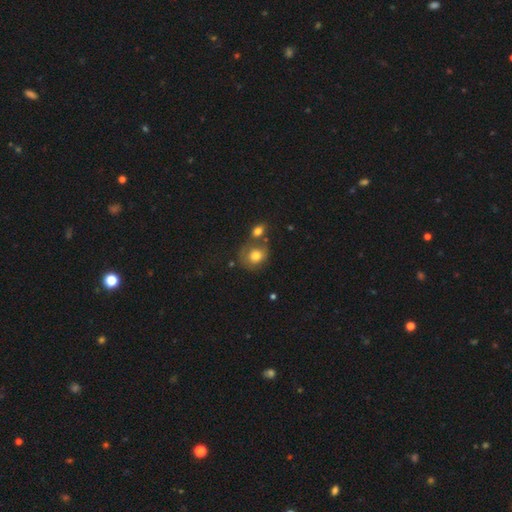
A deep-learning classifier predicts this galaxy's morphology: Smooth or featured? Predicted: smooth (p=0.74). How rounded? Predicted: round (p=0.67). Merging? Predicted: none (p=0.47).